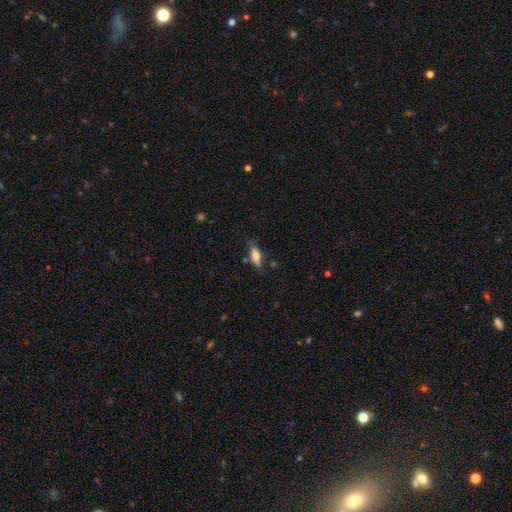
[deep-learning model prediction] A smooth galaxy with no disk features (68%) that is in between round and cigar-shaped (59%).

Vote fractions:
- Smooth or featured? smooth: 68% / featured or disk: 25% / star or artifact: 7%
- How rounded? in between: 59% / cigar-shaped: 38% / round: 2%
- Merging? none: 72% / minor disturbance: 19% / major disturbance: 5% / merger: 5%